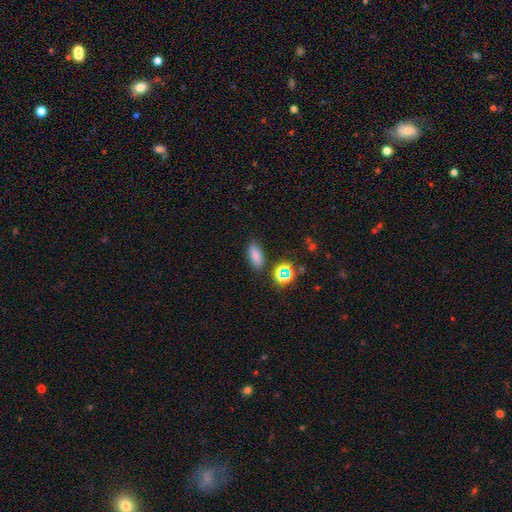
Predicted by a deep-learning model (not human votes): Smooth or featured? smooth (76%)
How rounded? in between (83%)
Merging? none (81%)